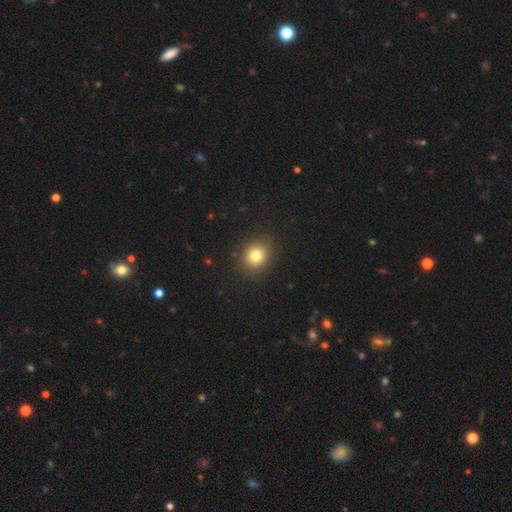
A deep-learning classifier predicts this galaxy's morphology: Smooth or featured?
  - smooth: 79% *
  - star or artifact: 12%
  - featured or disk: 8%
How rounded?
  - round: 71% *
  - in between: 28%
  - cigar-shaped: 1%
Merging?
  - none: 88% *
  - minor disturbance: 8%
  - major disturbance: 3%
  - merger: 1%